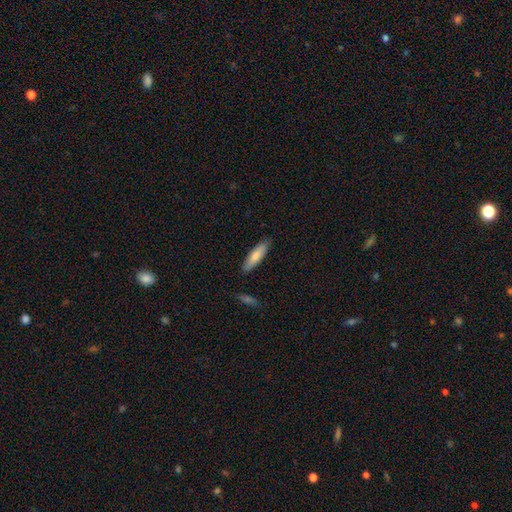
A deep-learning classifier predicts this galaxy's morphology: smooth_or_featured: smooth (p=0.76) [alt: featured or disk p=0.18]
how_rounded: cigar-shaped (p=0.63) [alt: in between p=0.36]
merging: none (p=0.85) [alt: minor disturbance p=0.11]